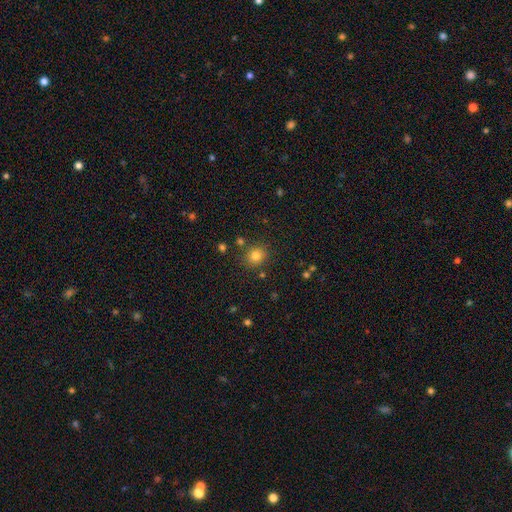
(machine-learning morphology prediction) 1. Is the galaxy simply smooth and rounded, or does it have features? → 79% smooth, 14% star or artifact, 7% featured or disk.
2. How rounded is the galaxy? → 83% round, 16% in between, 1% cigar-shaped.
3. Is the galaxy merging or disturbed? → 83% none, 9% minor disturbance, 5% merger, 3% major disturbance.